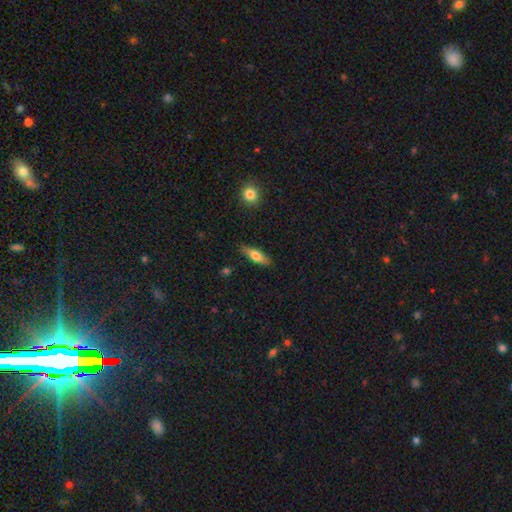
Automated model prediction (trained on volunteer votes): Smooth or featured?
  - smooth: 68% *
  - featured or disk: 26%
  - star or artifact: 6%
How rounded?
  - in between: 51% *
  - cigar-shaped: 46%
  - round: 3%
Merging?
  - none: 84% *
  - minor disturbance: 12%
  - major disturbance: 2%
  - merger: 2%